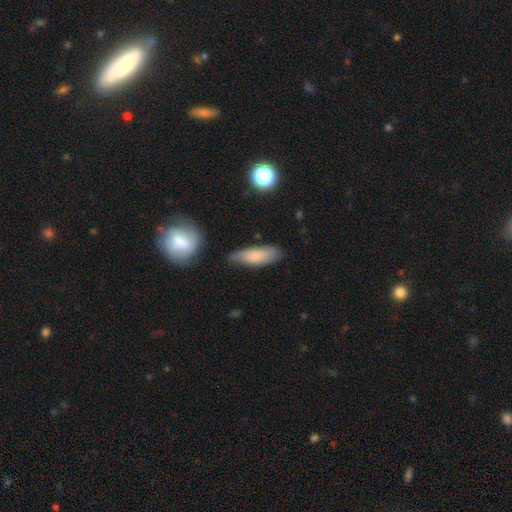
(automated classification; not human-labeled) Smooth or featured: smooth — 77% (featured or disk — 17%)
How rounded: in between — 55% (cigar-shaped — 43%)
Merging: none — 69% (minor disturbance — 23%)